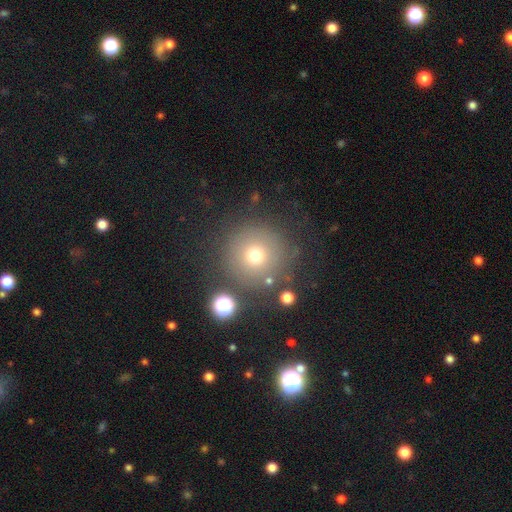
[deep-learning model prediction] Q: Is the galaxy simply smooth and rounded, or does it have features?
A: smooth — 61%.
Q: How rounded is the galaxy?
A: round — 95%.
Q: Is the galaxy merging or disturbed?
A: none — 81%.